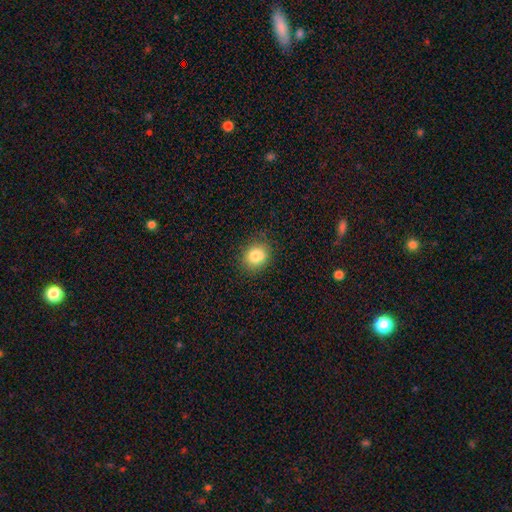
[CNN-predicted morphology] type=smooth (83%); roundness=round (67%); merging=none (84%).